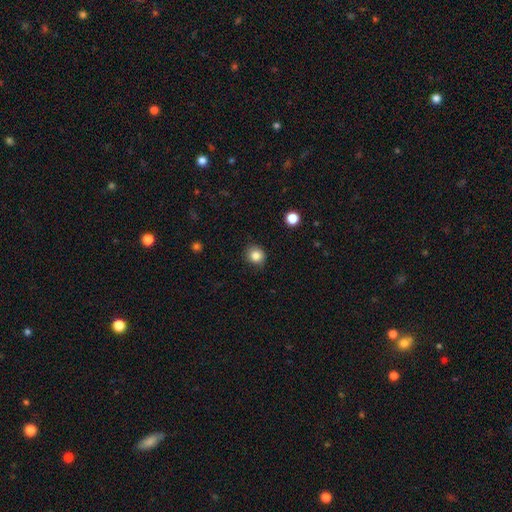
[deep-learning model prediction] smooth-or-featured: smooth: 84% | star or artifact: 11% | featured or disk: 5%
  how-rounded: round: 82% | in between: 17% | cigar-shaped: 1%
  merging: none: 86% | minor disturbance: 10% | major disturbance: 2% | merger: 1%